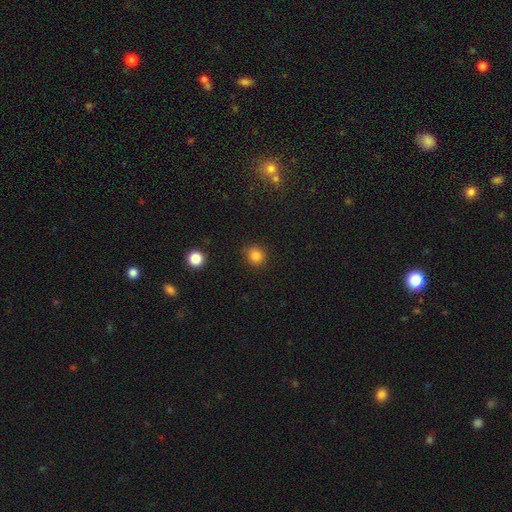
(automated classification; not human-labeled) Overall: smooth (83%). How rounded: round (82%). Merging: none (86%).